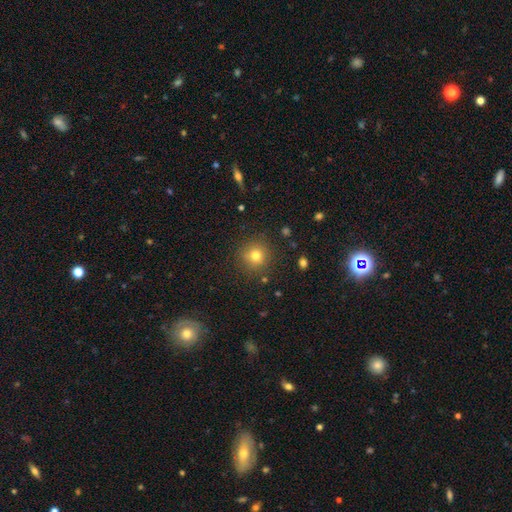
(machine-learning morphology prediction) A smooth galaxy with no disk features (76%) that is round (92%). Merging: none (87%).